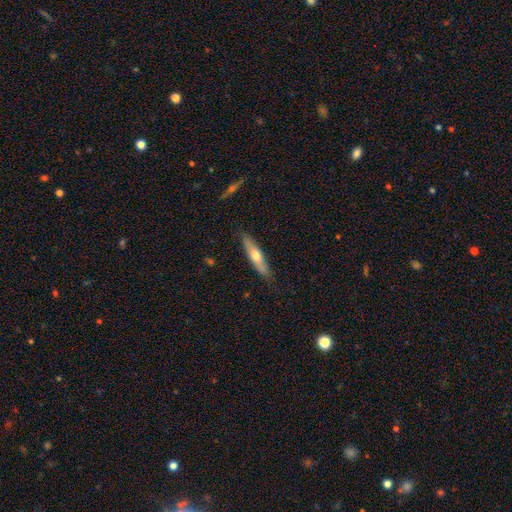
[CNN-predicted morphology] Q: Smooth or featured?
A: smooth (49%); runner-up: featured or disk (45%)
Q: Merging?
A: none (84%); runner-up: minor disturbance (13%)